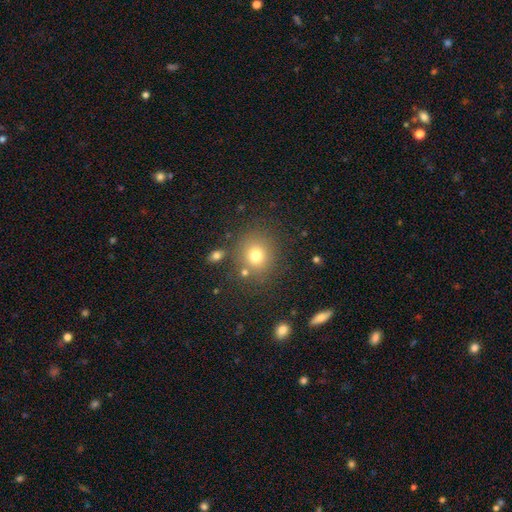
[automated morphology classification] type=smooth (74%); roundness=round (81%); merging=none (78%).